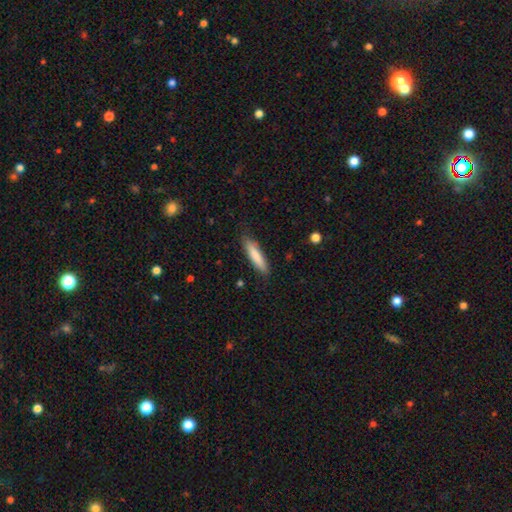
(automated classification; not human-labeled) Smooth or featured? Predicted: smooth (p=0.82). How rounded? Predicted: cigar-shaped (p=0.81). Merging? Predicted: none (p=0.85).